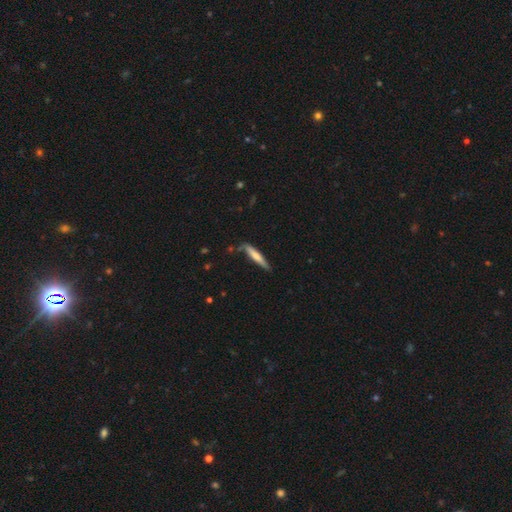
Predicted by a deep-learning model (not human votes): A smooth galaxy with no disk features (63%) that is cigar-shaped (91%). Merging: none (76%).